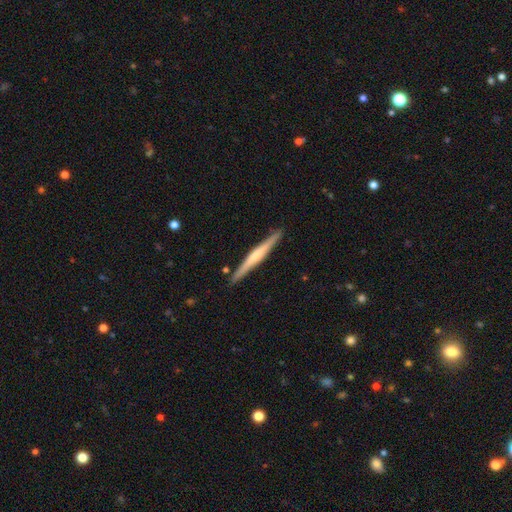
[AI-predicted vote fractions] Morphology: type=featured or disk (59%); edge-on=yes (98%); edge-on bulge=rounded (44%); merging=none (91%).